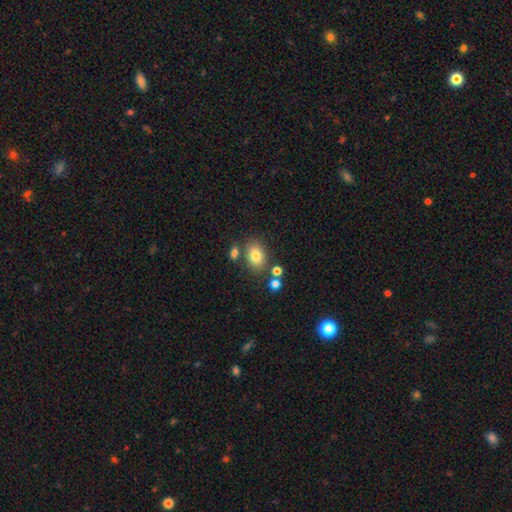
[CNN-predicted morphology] Smooth or featured: smooth — 79% (star or artifact — 11%)
How rounded: in between — 73% (round — 26%)
Merging: none — 71% (minor disturbance — 13%)